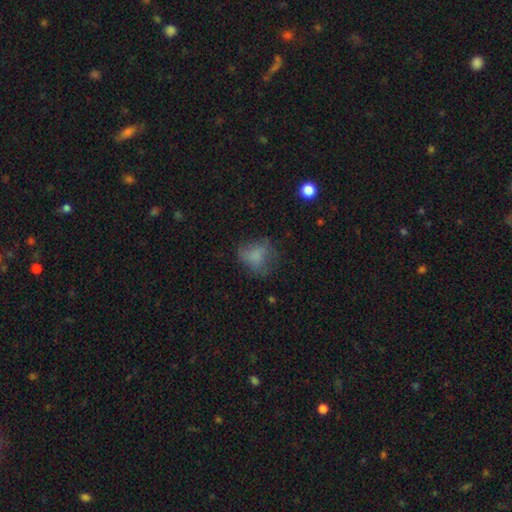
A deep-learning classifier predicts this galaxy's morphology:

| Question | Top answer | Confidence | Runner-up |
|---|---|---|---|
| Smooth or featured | smooth | 70% | featured or disk (17%) |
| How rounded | round | 54% | in between (45%) |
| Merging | none | 49% | minor disturbance (26%) |